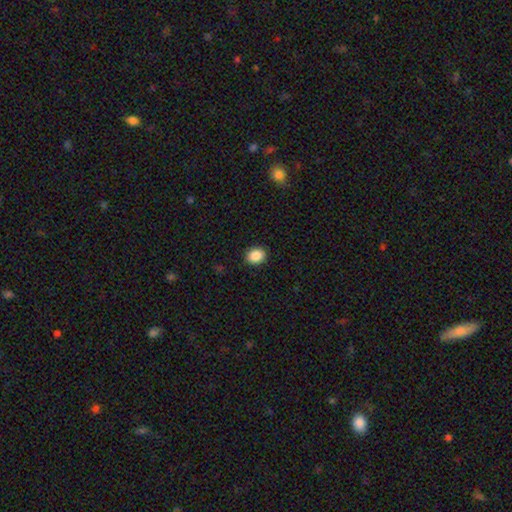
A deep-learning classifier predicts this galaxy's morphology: smooth-or-featured: smooth: 88% | star or artifact: 9% | featured or disk: 3%
  how-rounded: round: 54% | in between: 45% | cigar-shaped: 1%
  merging: none: 91% | minor disturbance: 7% | major disturbance: 2% | merger: 1%